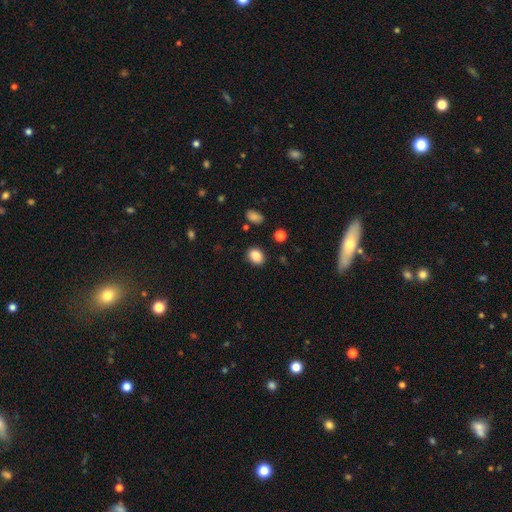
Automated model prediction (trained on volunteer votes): A smooth galaxy with no disk features (87%) that is in between round and cigar-shaped (52%). Merging: none (84%).